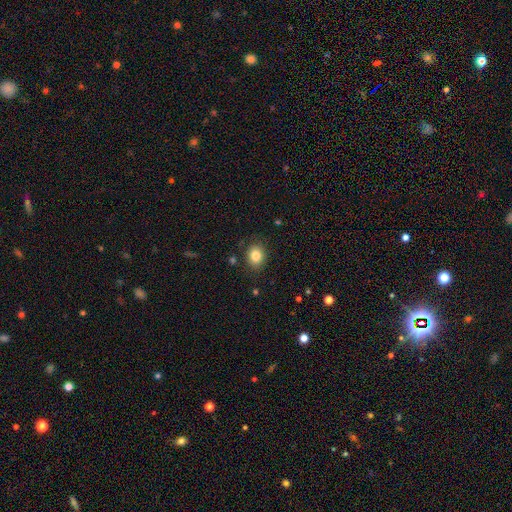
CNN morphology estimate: type=smooth (83%); roundness=round (52%); merging=none (85%).